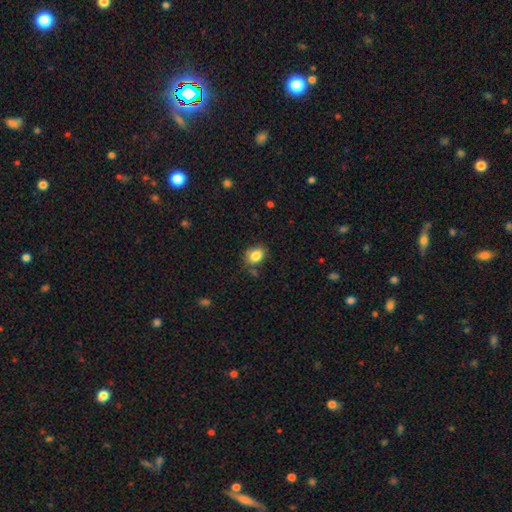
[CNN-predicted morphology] Smooth or featured? smooth (84%)
How rounded? in between (53%)
Merging? none (75%)